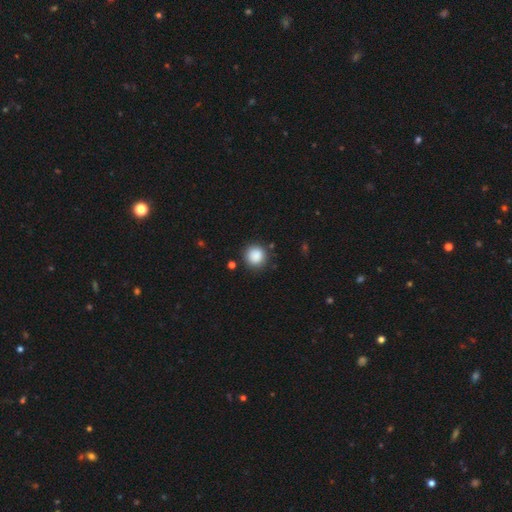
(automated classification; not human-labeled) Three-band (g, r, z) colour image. It shows a smooth galaxy with no disk features (88%) that is round (92%). Merging: none (87%).